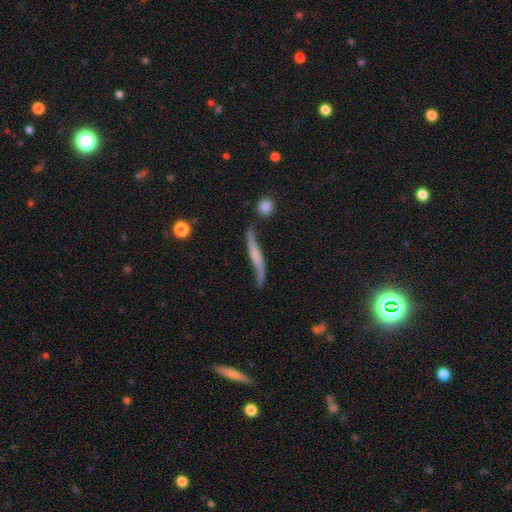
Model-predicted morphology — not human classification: Overall: featured or disk (70%). Edge-on disk: yes (57%; no 43%). Merging: none (57%; minor disturbance 26%).